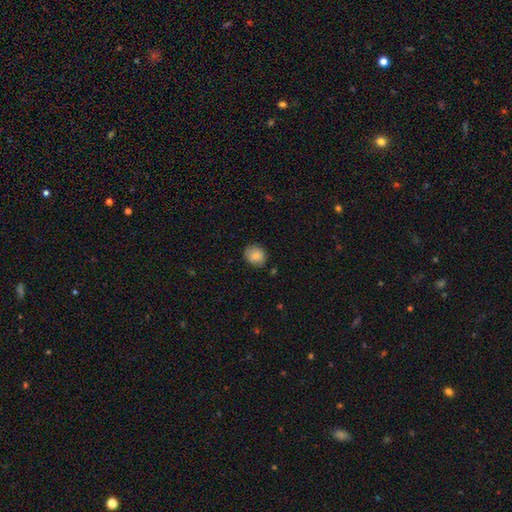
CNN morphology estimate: type=smooth (85%); roundness=round (73%); merging=none (82%).